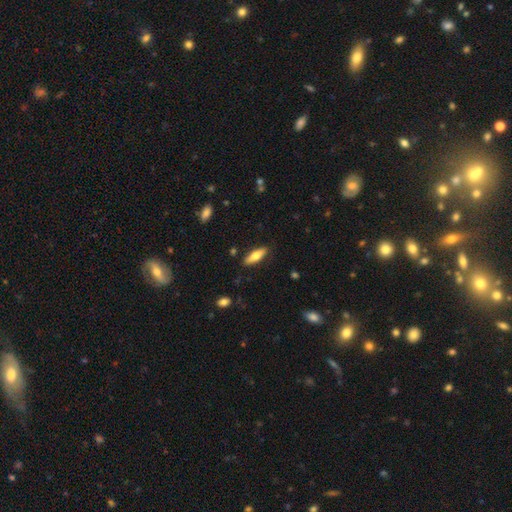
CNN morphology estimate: The model was most divided on "how rounded": in between: 51%, cigar-shaped: 47%, round: 2%. More confident: merging — none (87%); smooth or featured — smooth (65%).